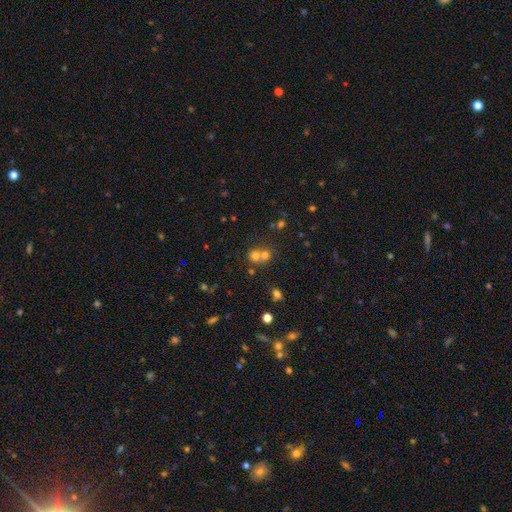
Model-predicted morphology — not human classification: Smooth or featured? smooth (66%)
How rounded? round (81%)
Merging? merger (55%)